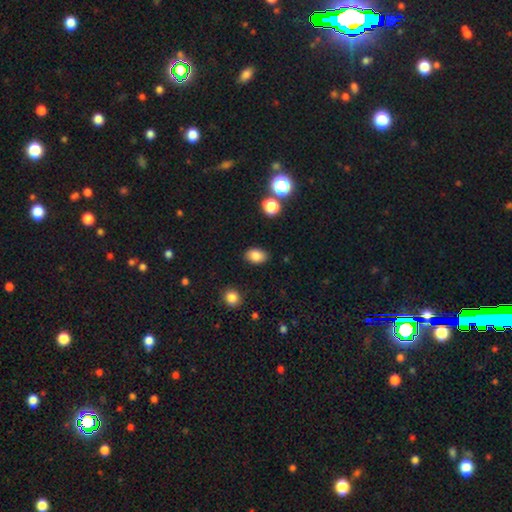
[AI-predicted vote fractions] smooth-or-featured: smooth: 84% | star or artifact: 10% | featured or disk: 6%
  how-rounded: in between: 85% | round: 14% | cigar-shaped: 1%
  merging: none: 85% | minor disturbance: 10% | major disturbance: 3% | merger: 2%